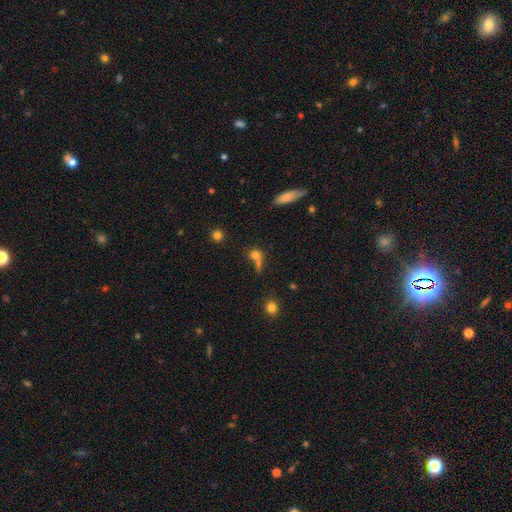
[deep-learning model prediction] A smooth galaxy with no disk features (71%) that is round (64%). Merging: merger (41%, tied with none).